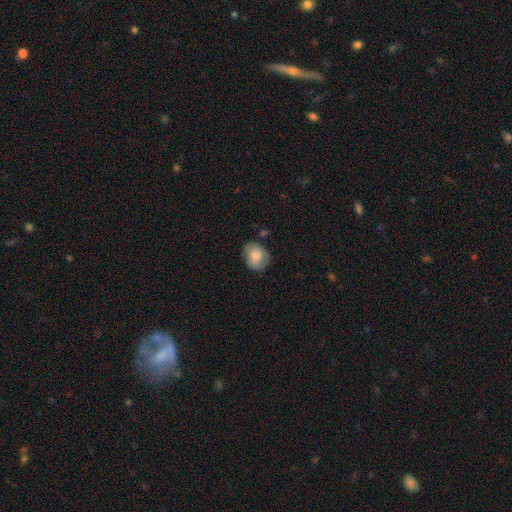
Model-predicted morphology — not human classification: This appears to be a smooth galaxy with no disk features (75%) that is in between round and cigar-shaped (50%). Merging: none (66%).